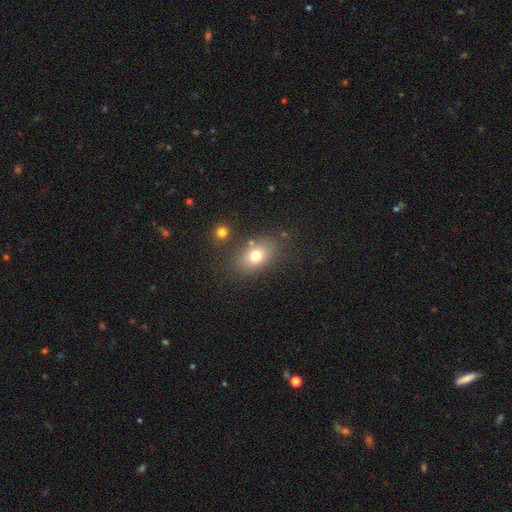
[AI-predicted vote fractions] smooth 74%, featured or disk 14%, star or artifact 12%. Down the decision tree: how rounded — in between (77%); merging — none (77%).